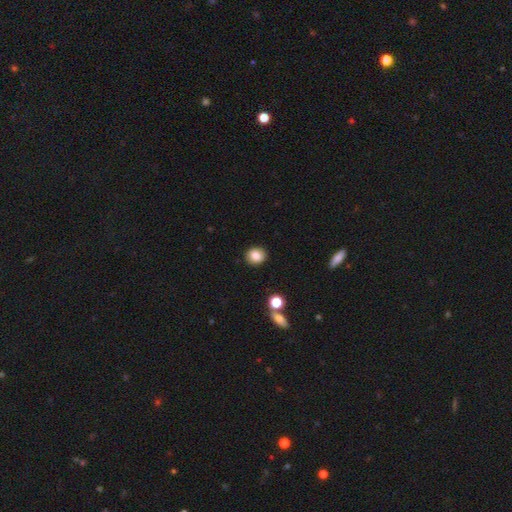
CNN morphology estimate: A smooth galaxy with no disk features (85%) that is round (72%).

Vote fractions:
- Smooth or featured? smooth: 85% / star or artifact: 9% / featured or disk: 6%
- How rounded? round: 72% / in between: 27% / cigar-shaped: 1%
- Merging? none: 89% / minor disturbance: 7% / major disturbance: 2% / merger: 2%